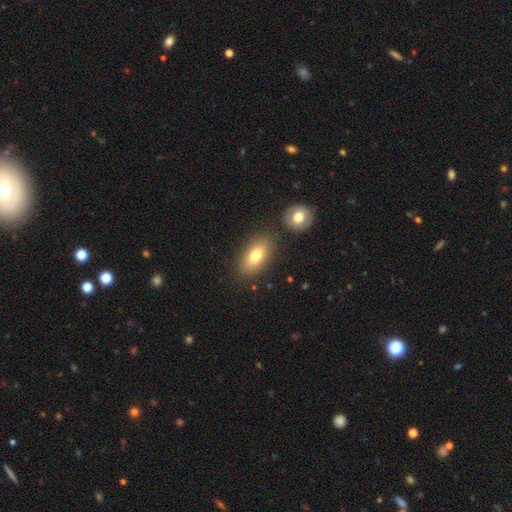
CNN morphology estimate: The model was most divided on "smooth or featured": smooth: 75%, featured or disk: 17%, star or artifact: 9%. More confident: how rounded — in between (87%); merging — none (78%).